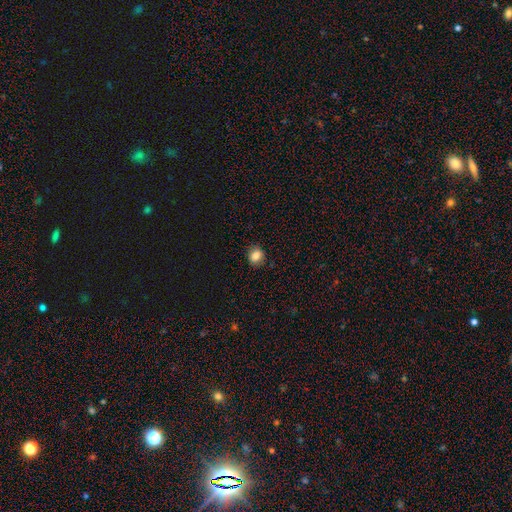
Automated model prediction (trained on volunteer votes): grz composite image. It shows a smooth galaxy with no disk features (84%) that is round (65%). Merging: none (85%).